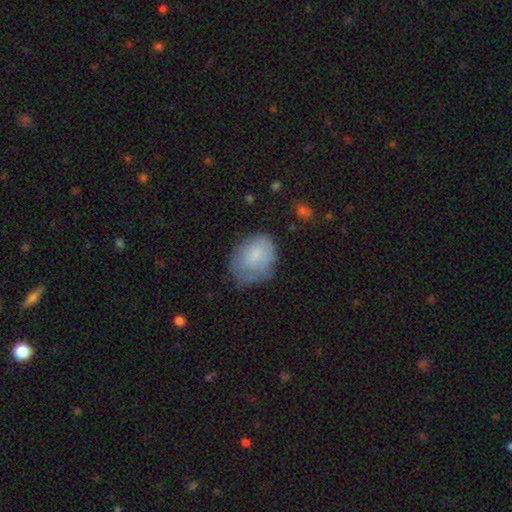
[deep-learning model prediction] This is likely a smooth galaxy (75%). How rounded: likely in between (62%). Merging: possibly none (47%).